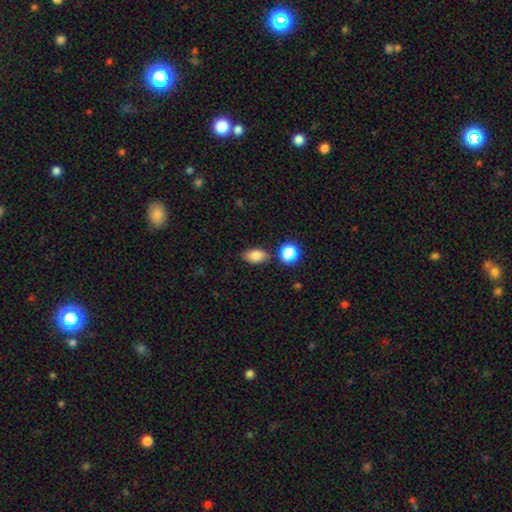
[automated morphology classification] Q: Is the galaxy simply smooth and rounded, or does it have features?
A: smooth — 82%.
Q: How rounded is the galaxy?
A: in between — 87%.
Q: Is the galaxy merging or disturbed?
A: none — 79%.